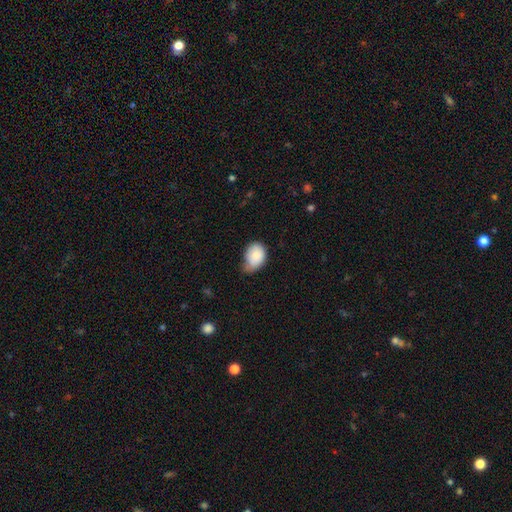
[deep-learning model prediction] This is clearly a smooth galaxy (84%). How rounded: likely in between (72%). Merging: possibly minor disturbance (52%).